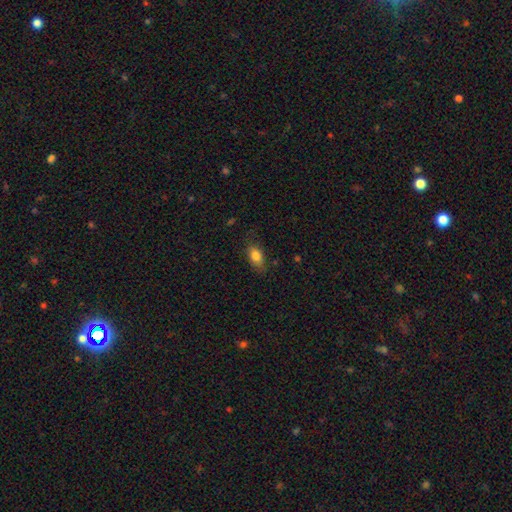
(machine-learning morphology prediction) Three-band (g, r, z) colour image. It shows a smooth galaxy with no disk features (81%) that is in between round and cigar-shaped (86%). Merging: none (74%).